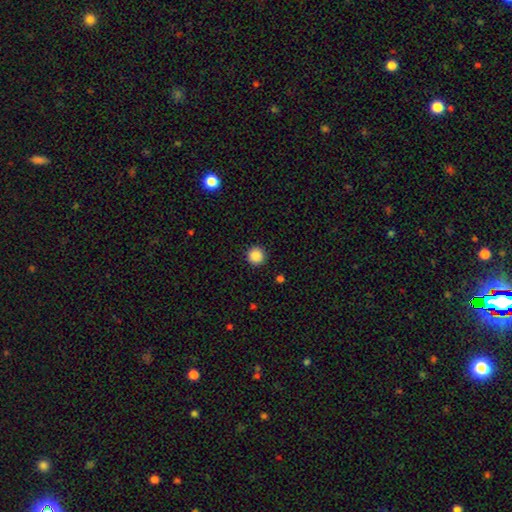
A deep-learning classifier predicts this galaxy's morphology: Smooth or featured? Predicted: smooth (p=0.87). How rounded? Predicted: round (p=0.95). Merging? Predicted: none (p=0.92).